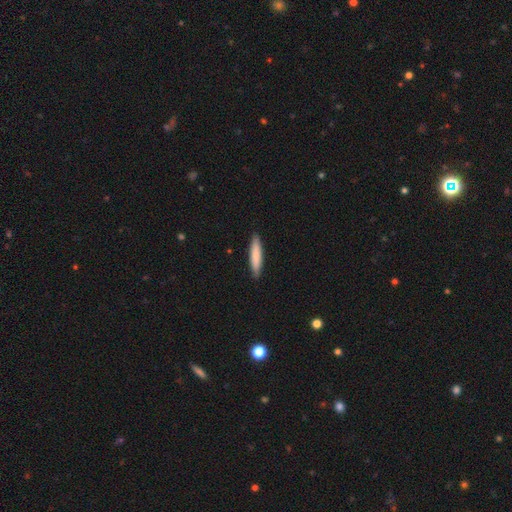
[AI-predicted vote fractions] Smooth or featured?
  - smooth: 80% *
  - featured or disk: 15%
  - star or artifact: 5%
How rounded?
  - cigar-shaped: 87% *
  - in between: 12%
  - round: 1%
Merging?
  - none: 90% *
  - minor disturbance: 8%
  - major disturbance: 1%
  - merger: 1%